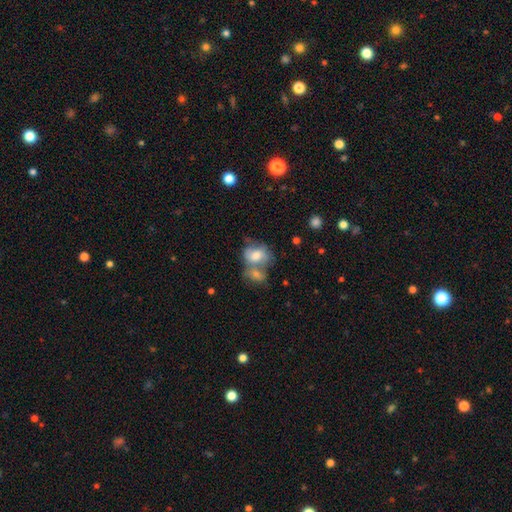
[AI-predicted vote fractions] Overall: smooth (64%; featured or disk 27%). How rounded: in between (61%; round 38%). Merging: merger (52%; none 25%).